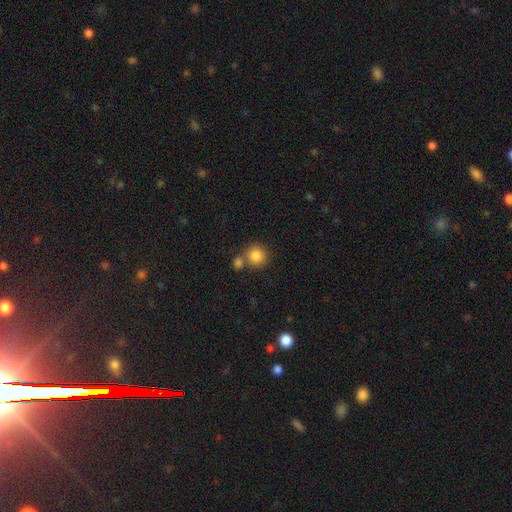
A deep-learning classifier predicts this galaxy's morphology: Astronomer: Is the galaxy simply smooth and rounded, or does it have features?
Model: smooth — 84%.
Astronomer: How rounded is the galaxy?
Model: round — 90%.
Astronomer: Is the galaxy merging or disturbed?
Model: none — 60%.